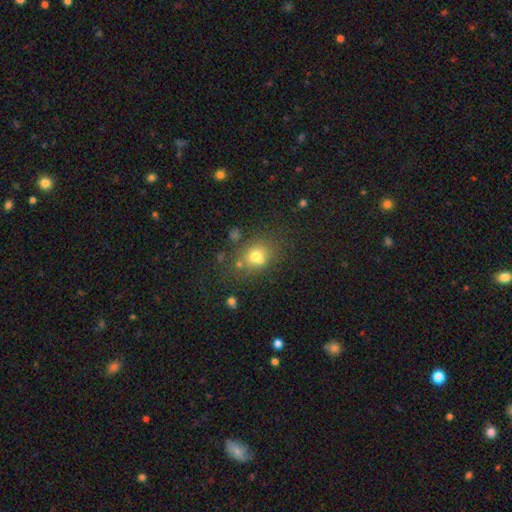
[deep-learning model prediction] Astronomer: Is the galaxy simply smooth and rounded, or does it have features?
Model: smooth — 68%.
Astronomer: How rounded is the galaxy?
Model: round — 59% (runner-up: in between, 40%).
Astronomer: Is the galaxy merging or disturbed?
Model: none — 56%.